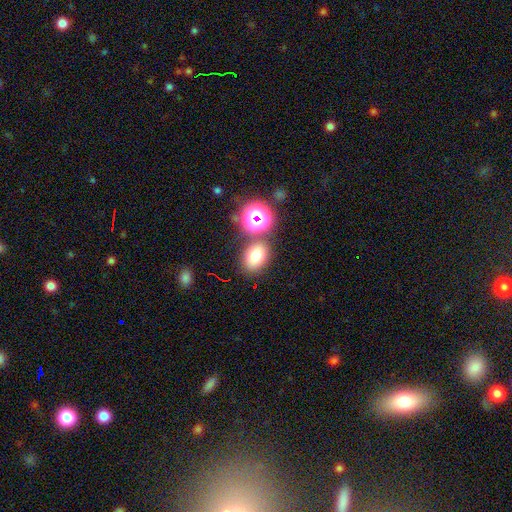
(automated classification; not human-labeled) This appears to be a smooth galaxy with no disk features (74%) that is in between round and cigar-shaped (64%). Merging: none (73%).